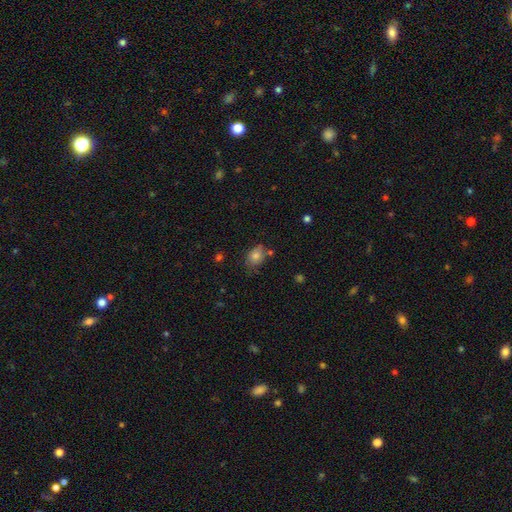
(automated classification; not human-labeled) A smooth galaxy with no disk features (77%) that is in between round and cigar-shaped (62%). Merging: none (62%).